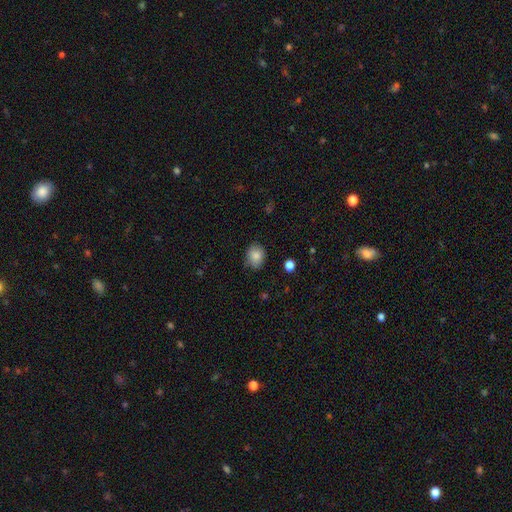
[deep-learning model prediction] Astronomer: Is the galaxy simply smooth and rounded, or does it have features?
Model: smooth — 85%.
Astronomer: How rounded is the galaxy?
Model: round — 57% (runner-up: in between, 42%).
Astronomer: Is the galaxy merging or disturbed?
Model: none — 78%.